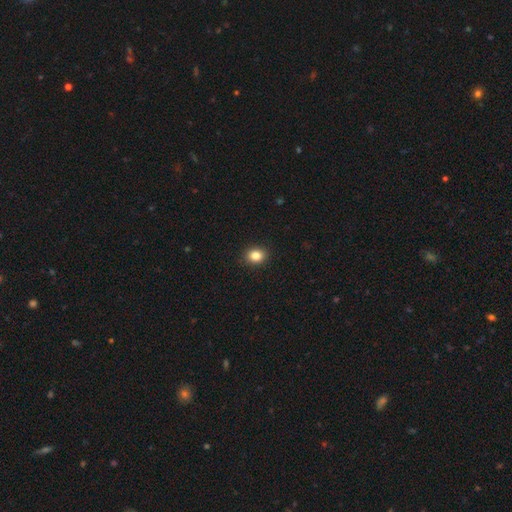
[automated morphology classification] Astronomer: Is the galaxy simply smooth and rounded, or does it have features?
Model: smooth — 85%.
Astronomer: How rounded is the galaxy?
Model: round — 59% (runner-up: in between, 40%).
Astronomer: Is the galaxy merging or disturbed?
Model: none — 91%.